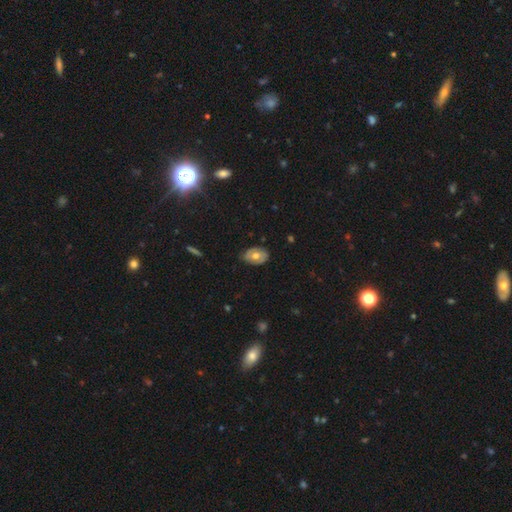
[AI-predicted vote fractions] A smooth galaxy with no disk features (53%) that is in between round and cigar-shaped (82%).

Vote fractions:
- Smooth or featured? smooth: 53% / featured or disk: 39% / star or artifact: 7%
- How rounded? in between: 82% / round: 16% / cigar-shaped: 1%
- Merging? none: 77% / minor disturbance: 19% / major disturbance: 3% / merger: 1%